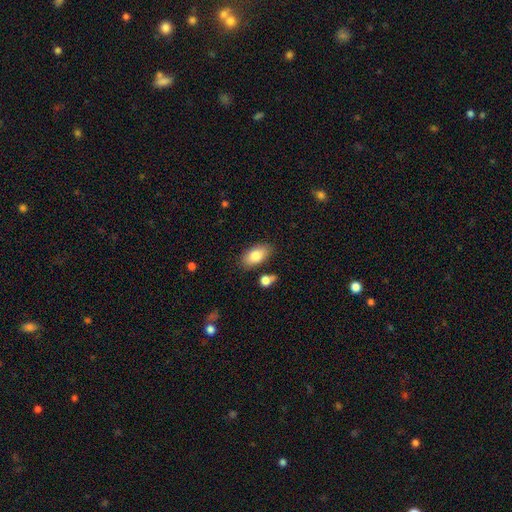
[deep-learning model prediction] A smooth galaxy with no disk features (82%) that is in between round and cigar-shaped (91%).

Vote fractions:
- Smooth or featured? smooth: 82% / featured or disk: 11% / star or artifact: 7%
- How rounded? in between: 91% / round: 5% / cigar-shaped: 4%
- Merging? none: 80% / minor disturbance: 12% / merger: 6% / major disturbance: 3%